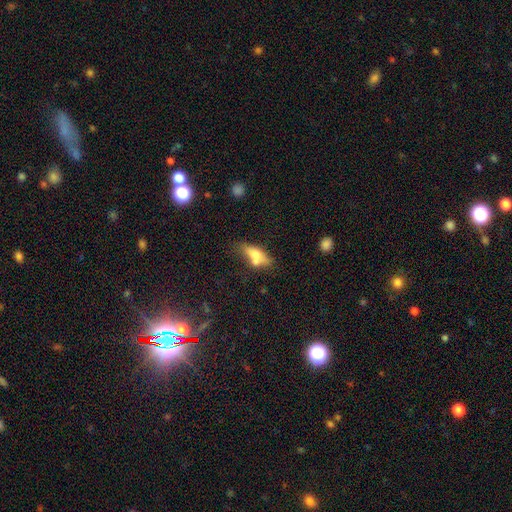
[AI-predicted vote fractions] Smooth or featured: smooth — 60% (featured or disk — 30%)
How rounded: in between — 67% (cigar-shaped — 28%)
Merging: none — 39% (merger — 27%)